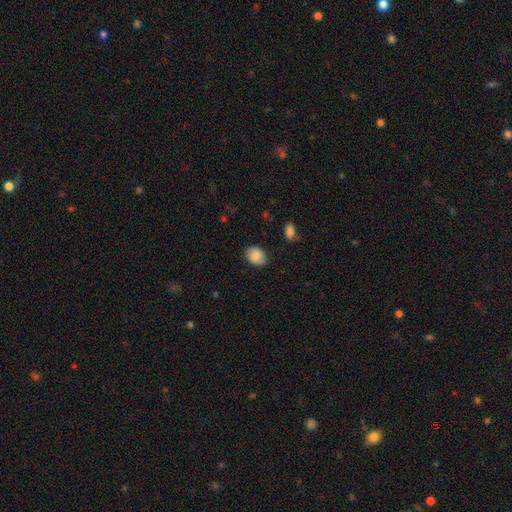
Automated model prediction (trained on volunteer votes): smooth_or_featured: smooth (p=0.87) [alt: star or artifact p=0.07]
how_rounded: in between (p=0.66) [alt: round p=0.33]
merging: none (p=0.83) [alt: minor disturbance p=0.13]